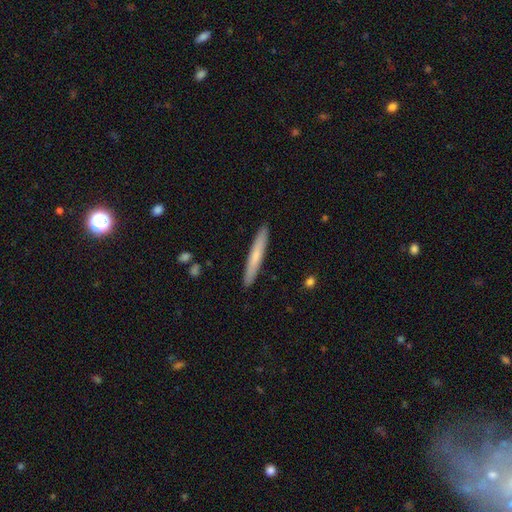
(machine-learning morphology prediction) Overall: smooth (66%; featured or disk 28%). How rounded: cigar-shaped (96%). Merging: none (91%).